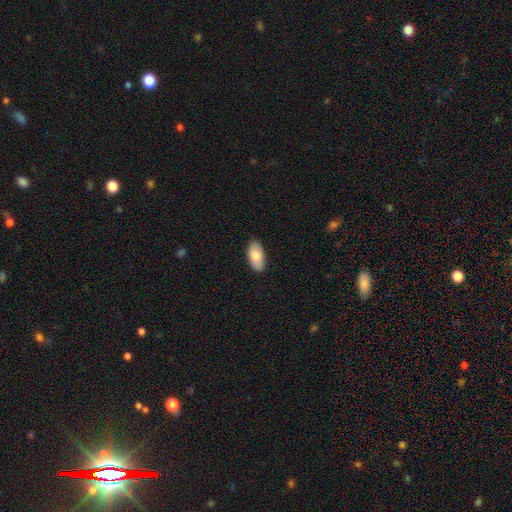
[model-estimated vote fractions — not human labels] This is clearly a smooth galaxy (81%). How rounded: clearly in between (94%). Merging: clearly none (87%).